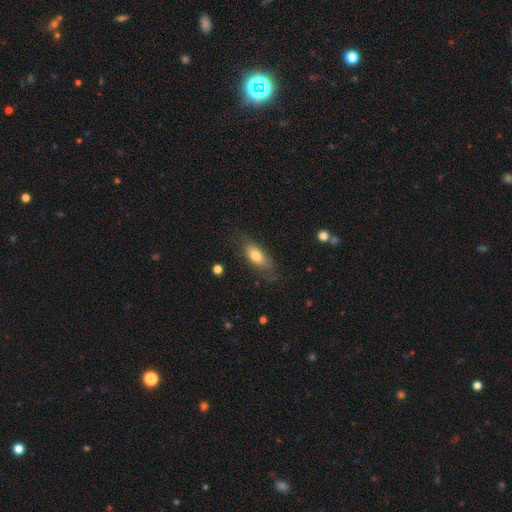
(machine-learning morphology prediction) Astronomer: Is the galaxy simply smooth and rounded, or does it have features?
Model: smooth — 73%.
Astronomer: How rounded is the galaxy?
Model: in between — 79%.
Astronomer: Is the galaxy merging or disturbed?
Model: none — 68%.